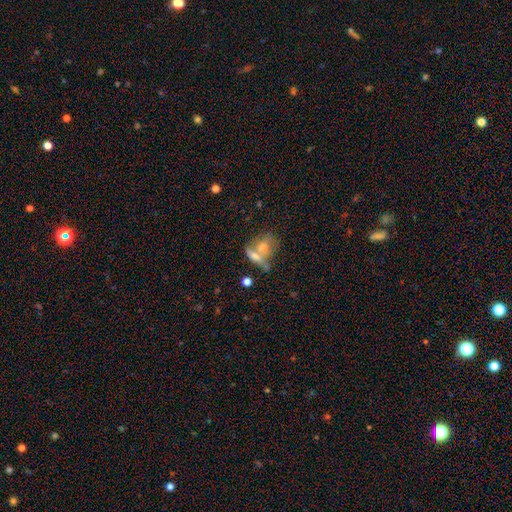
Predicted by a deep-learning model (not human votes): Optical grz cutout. It shows a smooth galaxy with no disk features (56%) that is in between round and cigar-shaped (62%). Merging: merger (56%).